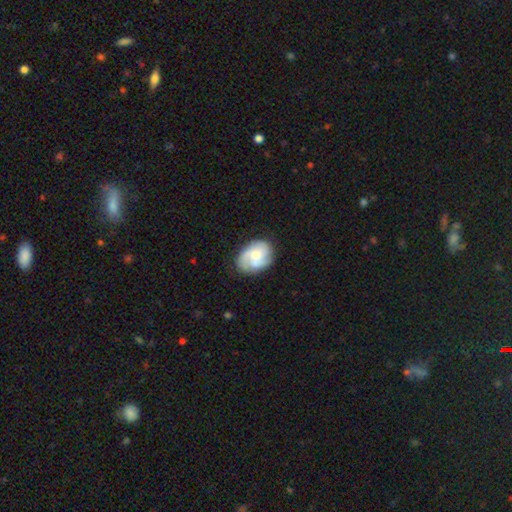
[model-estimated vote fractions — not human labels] A featured or disk galaxy (58%) with no bar (73%), spiral arms (81%) and a moderate central bulge (56%).

Vote fractions:
- Smooth or featured? featured or disk: 58% / smooth: 35% / star or artifact: 6%
- Edge-on disk? no: 97% / yes: 3%
- Bar? no: 73% / weak: 24% / strong: 3%
- Spiral arms? yes: 81% / no: 19%
- Bulge size? moderate: 56% / small: 35% / large: 5% / none: 3% / dominant: 1%
- Merging? none: 64% / minor disturbance: 23% / major disturbance: 8% / merger: 5%